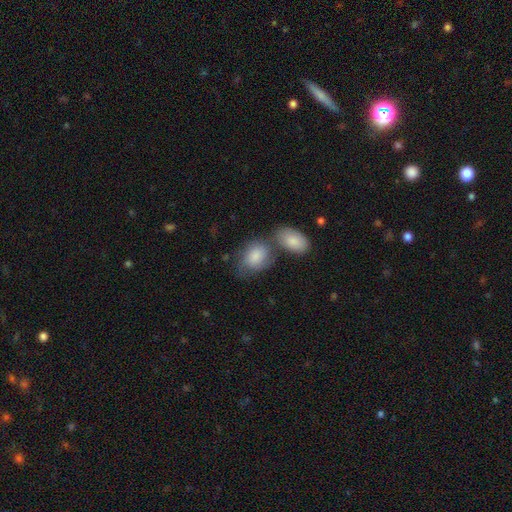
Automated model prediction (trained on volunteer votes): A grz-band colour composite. It shows a smooth galaxy with no disk features (69%) that is in between round and cigar-shaped (71%). Merging: none (41%).